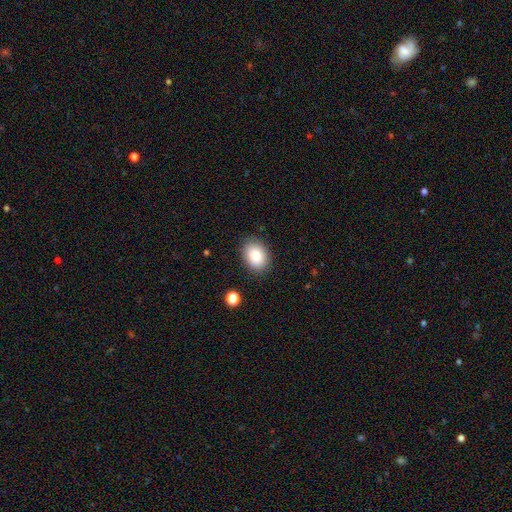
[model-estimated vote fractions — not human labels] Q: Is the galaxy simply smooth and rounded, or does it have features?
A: smooth — 85%.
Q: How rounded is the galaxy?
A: in between — 71%.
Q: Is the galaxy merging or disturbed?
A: none — 85%.